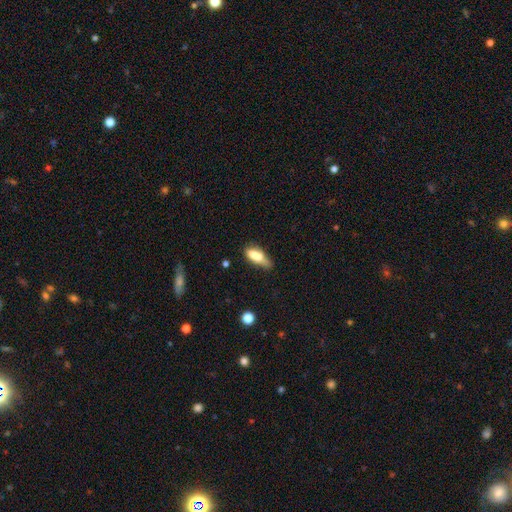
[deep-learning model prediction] Q: Smooth or featured?
A: smooth (69%); runner-up: featured or disk (22%)
Q: How rounded?
A: in between (69%); runner-up: cigar-shaped (27%)
Q: Merging?
A: none (32%); runner-up: minor disturbance (28%)